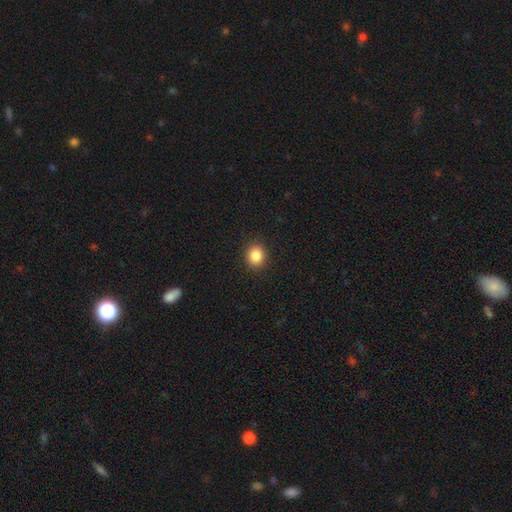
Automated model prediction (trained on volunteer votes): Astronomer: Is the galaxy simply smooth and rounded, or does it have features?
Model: smooth — 85%.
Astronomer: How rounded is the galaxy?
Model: round — 72%.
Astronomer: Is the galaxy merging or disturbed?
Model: none — 91%.